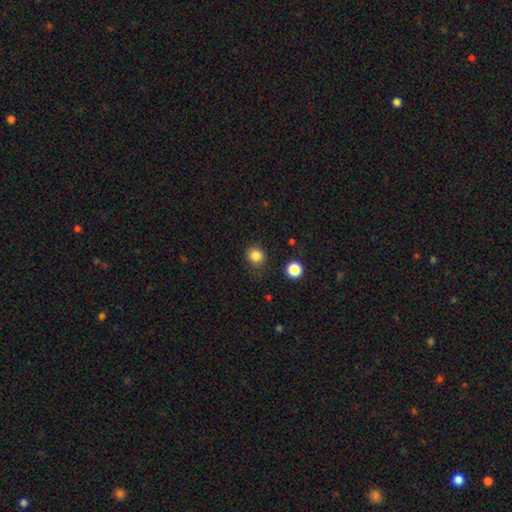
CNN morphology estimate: smooth_or_featured: smooth (p=0.84) [alt: star or artifact p=0.12]
how_rounded: round (p=0.88) [alt: in between p=0.11]
merging: none (p=0.84) [alt: minor disturbance p=0.11]